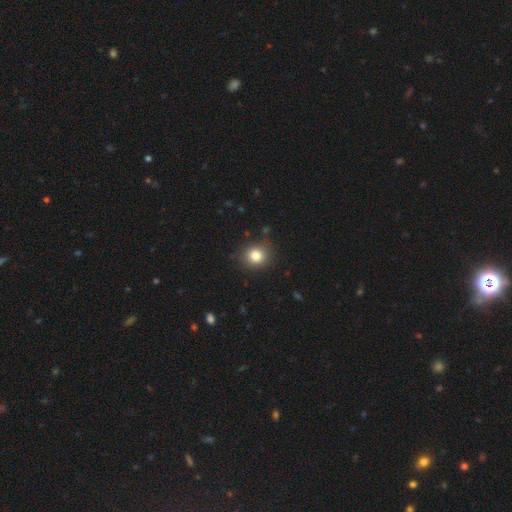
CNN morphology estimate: Smooth or featured? smooth (81%)
How rounded? round (83%)
Merging? none (85%)